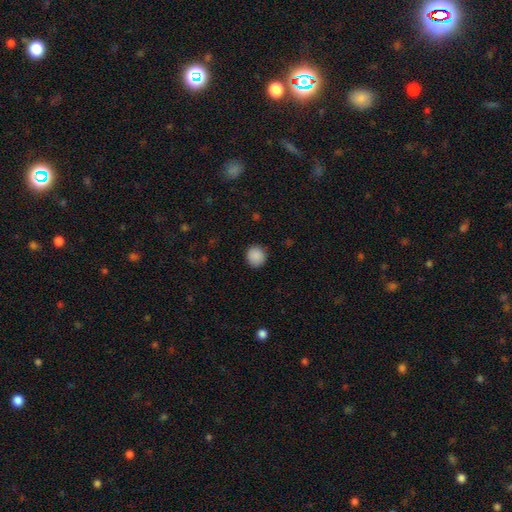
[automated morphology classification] Smooth or featured: smooth — 89% (star or artifact — 8%)
How rounded: round — 90% (in between — 9%)
Merging: none — 89% (minor disturbance — 8%)